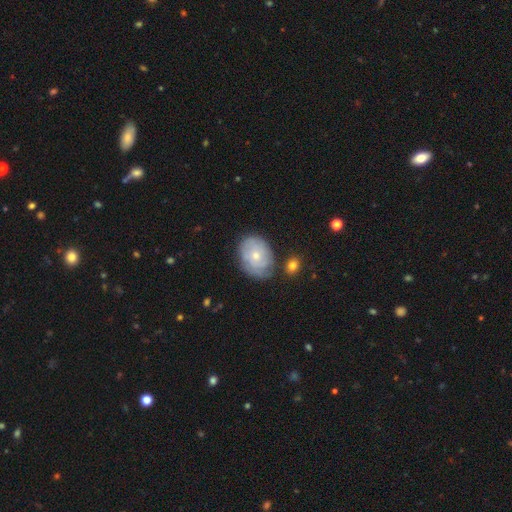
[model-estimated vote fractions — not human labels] This appears to be a featured or disk galaxy (52%). Merging: none (67%).